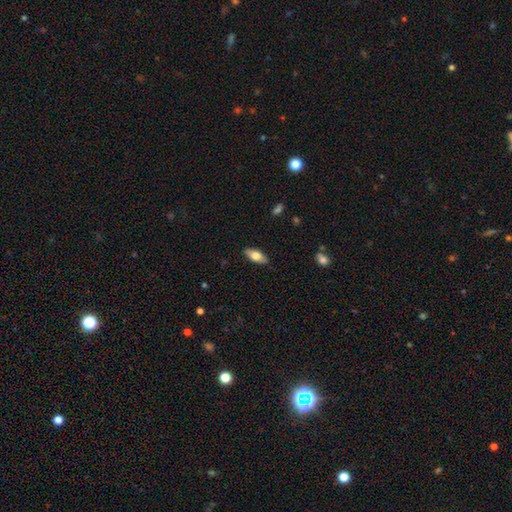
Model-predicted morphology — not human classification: Q: Smooth or featured?
A: smooth (69%); runner-up: featured or disk (25%)
Q: How rounded?
A: in between (83%); runner-up: cigar-shaped (14%)
Q: Merging?
A: none (86%); runner-up: minor disturbance (11%)